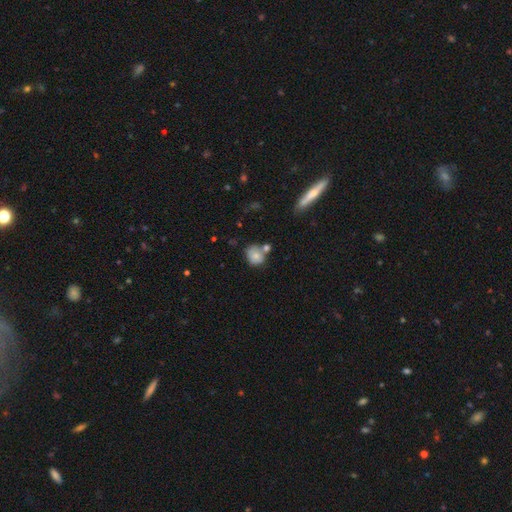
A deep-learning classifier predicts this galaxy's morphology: smooth_or_featured: smooth (p=0.77) [alt: featured or disk p=0.14]
how_rounded: round (p=0.70) [alt: in between p=0.29]
merging: none (p=0.53) [alt: merger p=0.23]